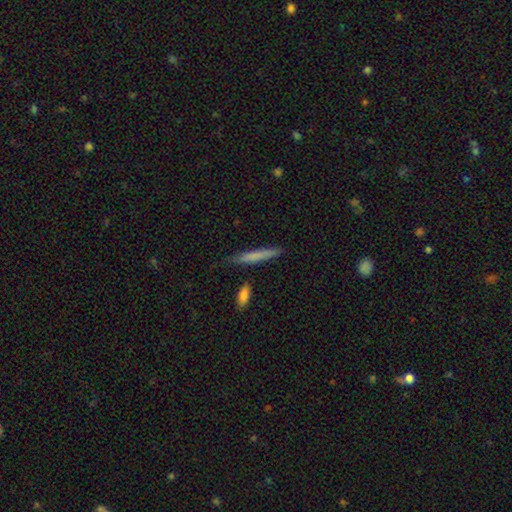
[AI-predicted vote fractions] This is likely a smooth galaxy (70%). How rounded: clearly cigar-shaped (94%). Merging: clearly none (81%).